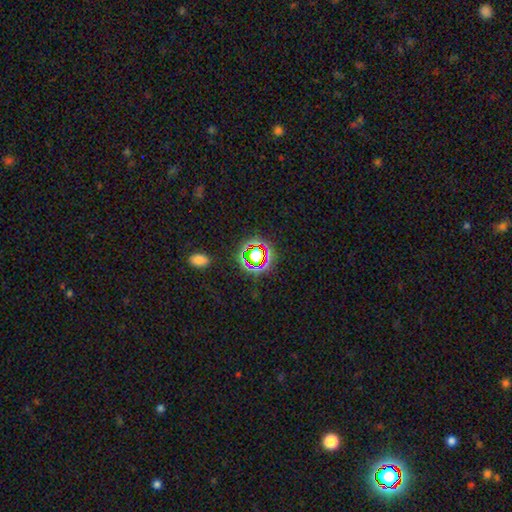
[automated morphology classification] smooth_or_featured: star or artifact (p=0.61) [alt: smooth p=0.26]